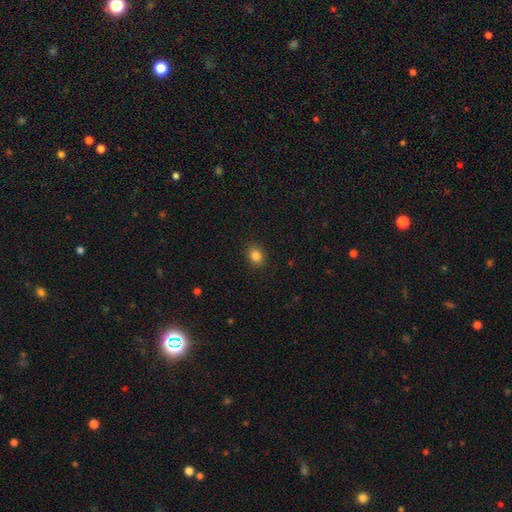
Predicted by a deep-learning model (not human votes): The model was most divided on "how rounded": round: 55%, in between: 44%, cigar-shaped: 1%. More confident: merging — none (88%); smooth or featured — smooth (85%).